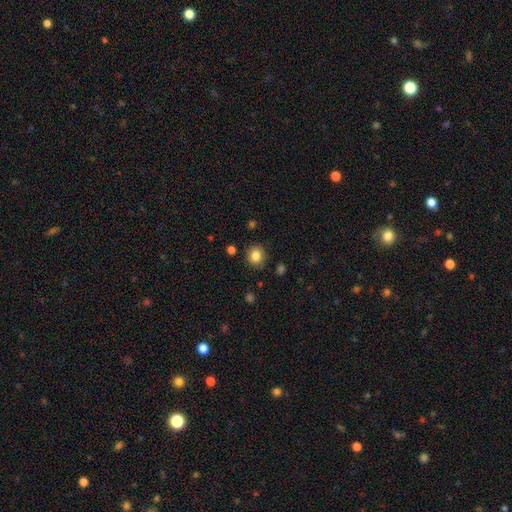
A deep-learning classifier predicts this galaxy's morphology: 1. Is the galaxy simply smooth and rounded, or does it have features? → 83% smooth, 10% star or artifact, 7% featured or disk.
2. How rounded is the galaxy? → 79% round, 21% in between, 1% cigar-shaped.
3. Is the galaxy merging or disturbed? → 85% none, 10% minor disturbance, 3% major disturbance, 2% merger.